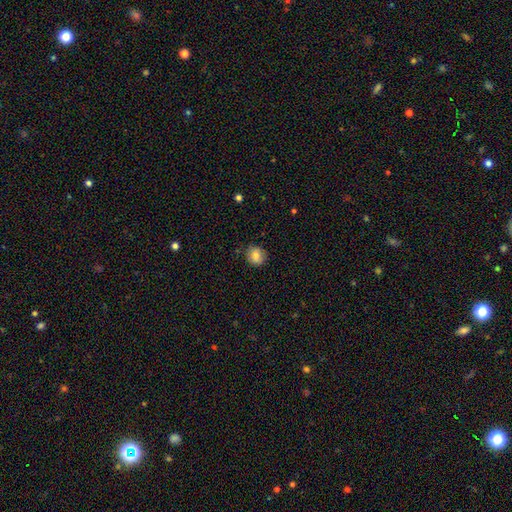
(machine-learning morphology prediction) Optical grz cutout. It shows a smooth galaxy with no disk features (83%) that is round (81%). Merging: none (85%).